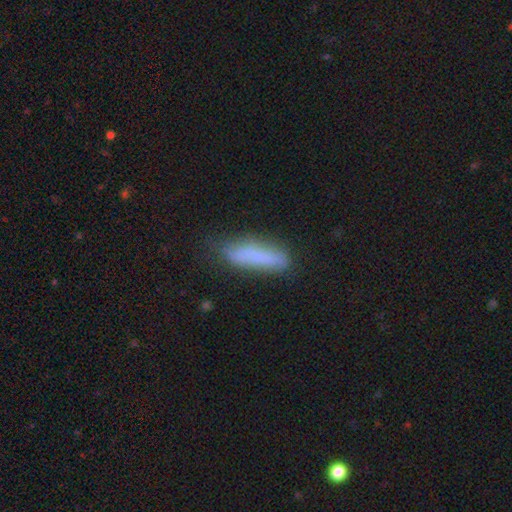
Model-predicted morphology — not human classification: type=smooth (75%); roundness=cigar-shaped (72%); merging=none (72%).